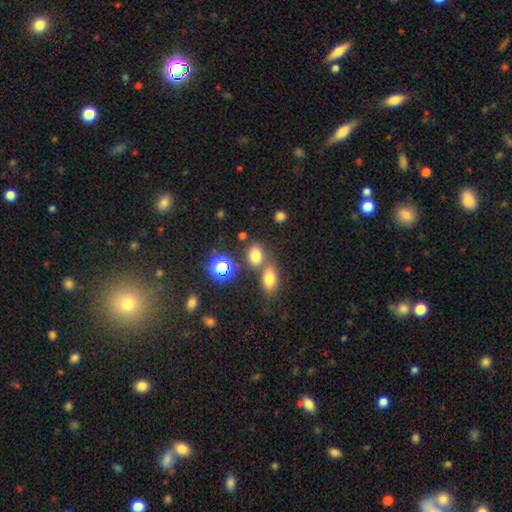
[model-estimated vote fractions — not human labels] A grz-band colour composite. It shows a smooth galaxy with no disk features (74%) that is in between round and cigar-shaped (67%). Merging: none (57%).